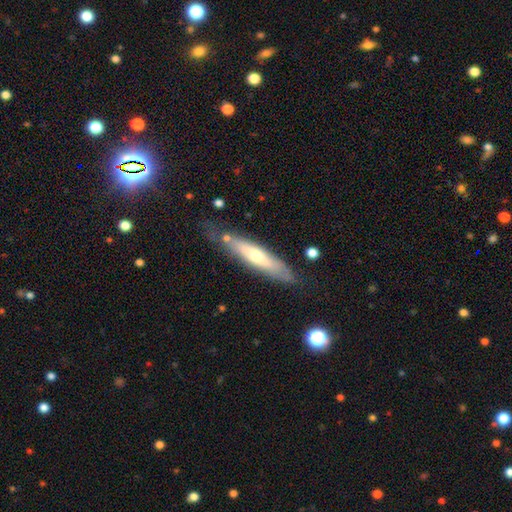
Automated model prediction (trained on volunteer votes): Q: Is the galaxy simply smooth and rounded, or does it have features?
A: smooth — 48%.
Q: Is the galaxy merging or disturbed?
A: none — 70%.